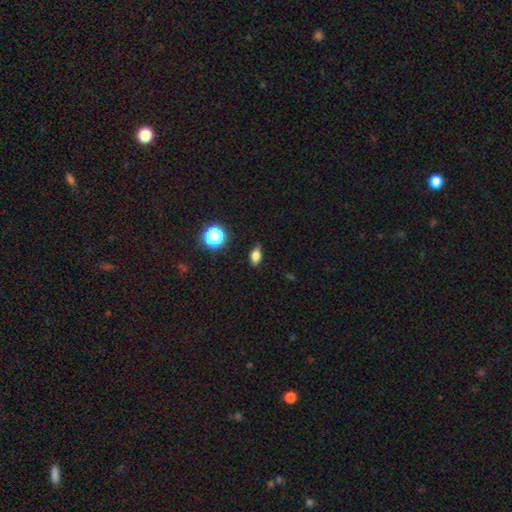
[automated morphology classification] smooth_or_featured: smooth (p=0.75) [alt: featured or disk p=0.13]
how_rounded: in between (p=0.76) [alt: round p=0.15]
merging: none (p=0.82) [alt: minor disturbance p=0.14]